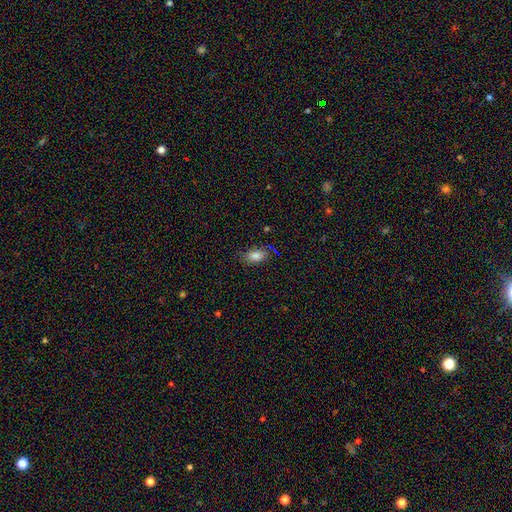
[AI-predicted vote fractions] A smooth galaxy with no disk features (80%) that is in between round and cigar-shaped (88%).

Vote fractions:
- Smooth or featured? smooth: 80% / star or artifact: 11% / featured or disk: 9%
- How rounded? in between: 88% / round: 8% / cigar-shaped: 4%
- Merging? none: 78% / minor disturbance: 17% / major disturbance: 4% / merger: 2%